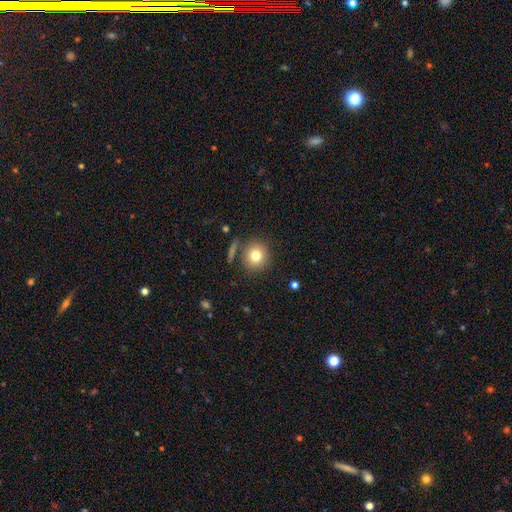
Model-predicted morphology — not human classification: type=smooth (79%); roundness=round (89%); merging=none (81%).